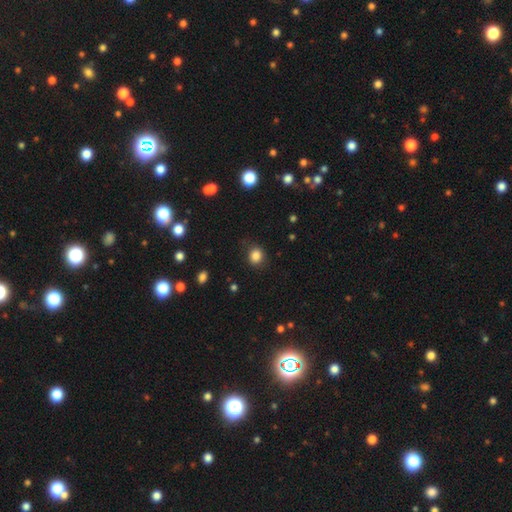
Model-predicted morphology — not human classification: A smooth galaxy with no disk features (84%) that is round (74%). Merging: none (81%).